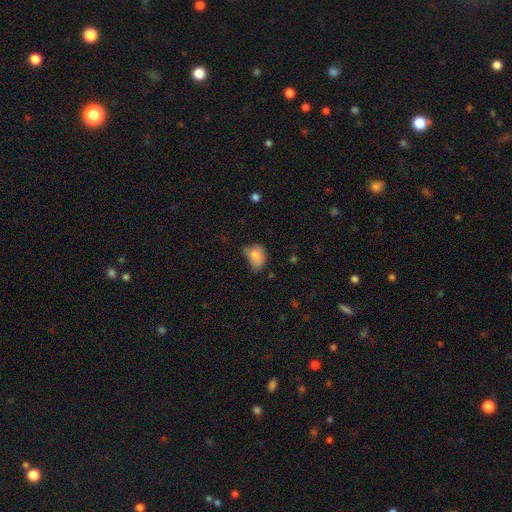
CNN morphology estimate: Smooth or featured?
  - smooth: 80% *
  - featured or disk: 10%
  - star or artifact: 10%
How rounded?
  - in between: 72% *
  - round: 27%
  - cigar-shaped: 1%
Merging?
  - minor disturbance: 41% *
  - none: 37%
  - major disturbance: 17%
  - merger: 6%